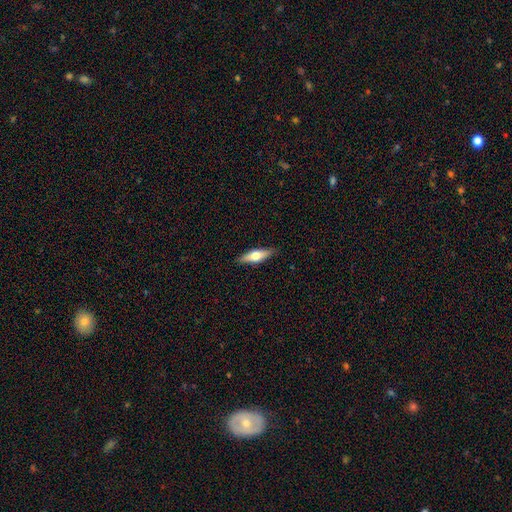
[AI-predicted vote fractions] This appears to be a smooth galaxy with no disk features (47%, tied with featured or disk). Merging: none (88%).